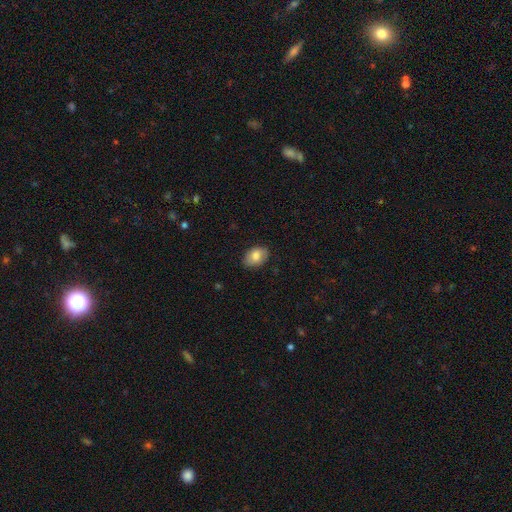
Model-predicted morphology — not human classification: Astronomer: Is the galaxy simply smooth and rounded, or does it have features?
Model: smooth — 80%.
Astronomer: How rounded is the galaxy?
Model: in between — 85%.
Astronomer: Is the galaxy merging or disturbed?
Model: none — 84%.